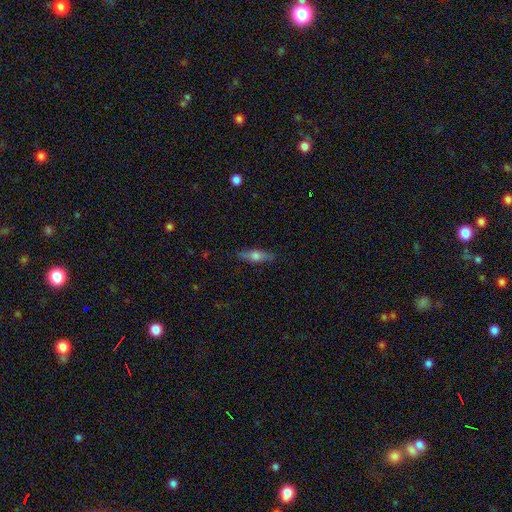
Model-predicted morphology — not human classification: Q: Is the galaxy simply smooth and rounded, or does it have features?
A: smooth — 50%.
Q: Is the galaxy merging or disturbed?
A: none — 87%.